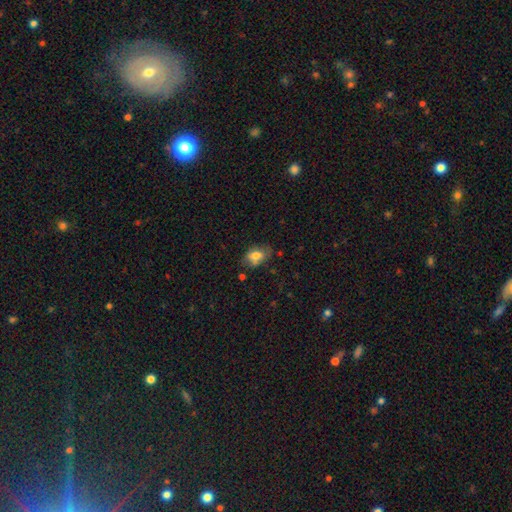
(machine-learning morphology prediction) Smooth or featured?
  - smooth: 70% *
  - featured or disk: 21%
  - star or artifact: 9%
How rounded?
  - in between: 86% *
  - round: 12%
  - cigar-shaped: 2%
Merging?
  - none: 59% *
  - minor disturbance: 26%
  - major disturbance: 8%
  - merger: 7%